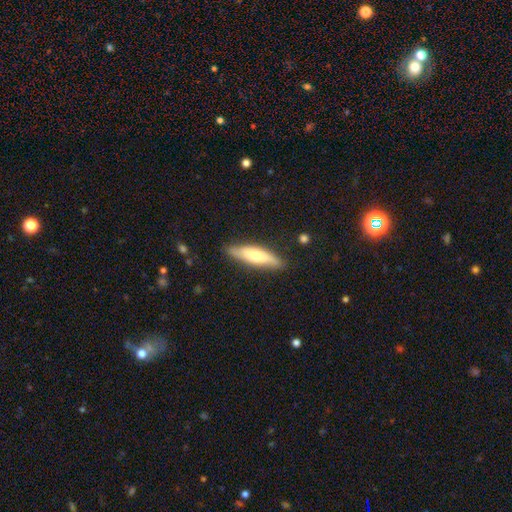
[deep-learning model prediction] This is possibly a smooth galaxy (60%). How rounded: likely cigar-shaped (69%). Merging: clearly none (82%).